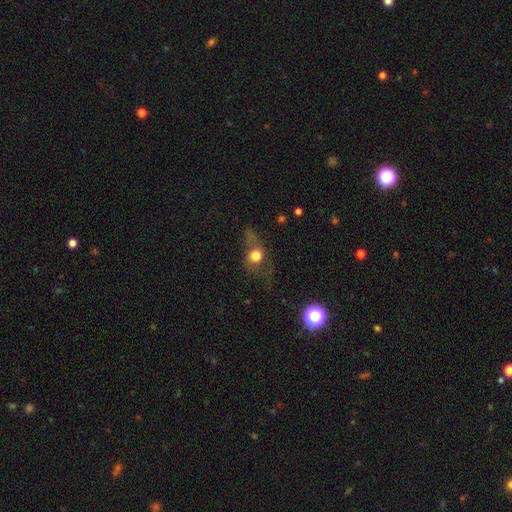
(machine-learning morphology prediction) Smooth or featured?
  - smooth: 59% *
  - featured or disk: 25%
  - star or artifact: 15%
How rounded?
  - round: 67% *
  - in between: 29%
  - cigar-shaped: 4%
Merging?
  - none: 44% *
  - major disturbance: 32%
  - minor disturbance: 20%
  - merger: 4%